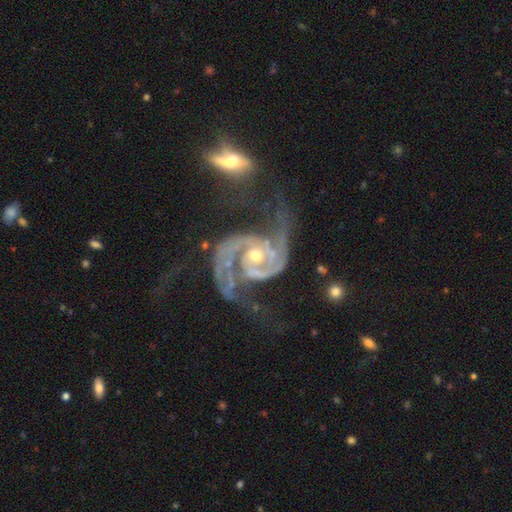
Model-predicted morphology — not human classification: Smooth or featured: featured or disk — 93% (star or artifact — 4%)
Edge-on disk: no — 98% (yes — 2%)
Bar: no — 63% (weak — 27%)
Spiral arms: yes — 98% (no — 2%)
Spiral winding: medium — 54% (tight — 24%)
Spiral arm count: 2 — 88% (3 — 4%)
Bulge size: moderate — 57% (small — 38%)
Merging: none — 44% (major disturbance — 27%)